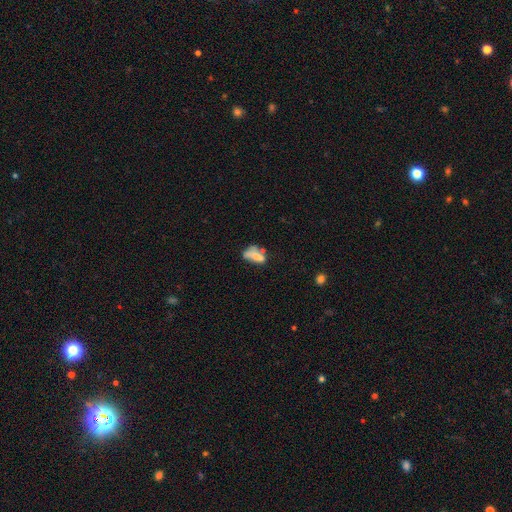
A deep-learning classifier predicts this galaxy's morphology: smooth 58%, featured or disk 31%, star or artifact 11%. Down the decision tree: how rounded — in between (81%); merging — merger (31%).